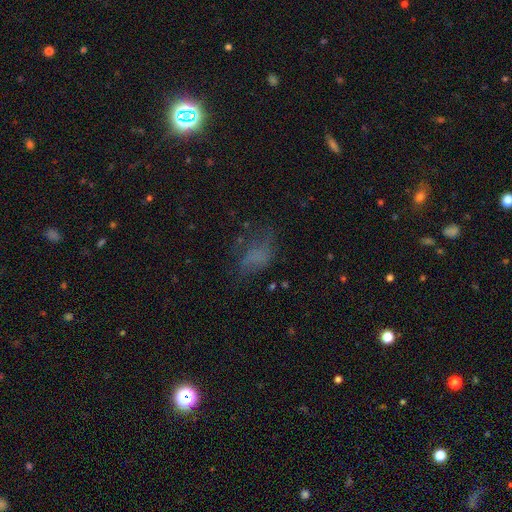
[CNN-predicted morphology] Smooth or featured? Predicted: smooth (p=0.51). How rounded? Predicted: in between (p=0.80). Merging? Predicted: none (p=0.43).